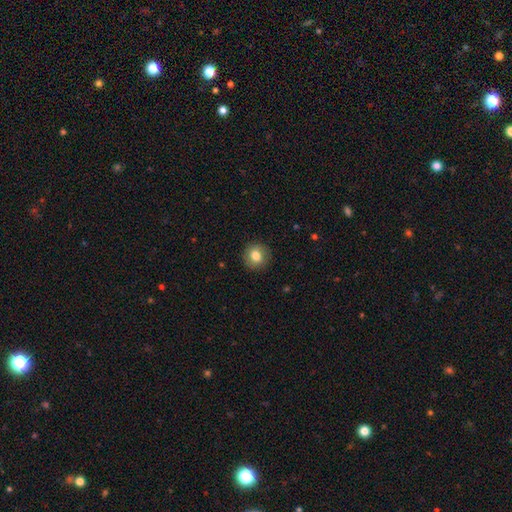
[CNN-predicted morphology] Smooth or featured?
  - smooth: 80% *
  - featured or disk: 11%
  - star or artifact: 9%
How rounded?
  - round: 88% *
  - in between: 11%
  - cigar-shaped: 1%
Merging?
  - none: 90% *
  - minor disturbance: 7%
  - major disturbance: 2%
  - merger: 1%